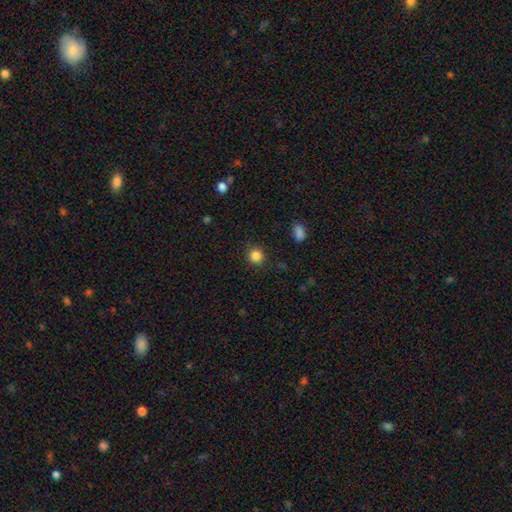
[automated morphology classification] This is clearly a smooth galaxy (85%). How rounded: clearly round (91%). Merging: clearly none (89%).